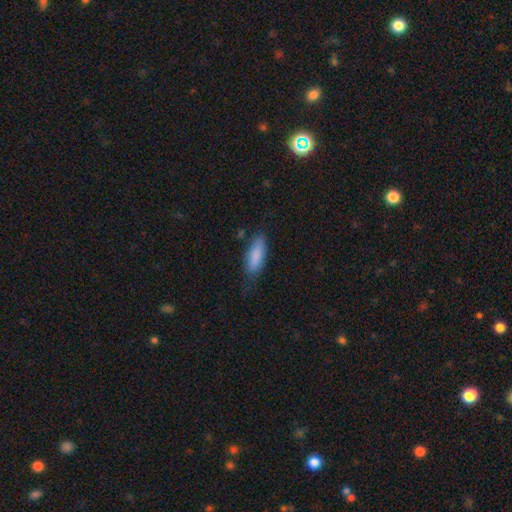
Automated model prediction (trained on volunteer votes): Smooth or featured? Predicted: smooth (p=0.84). How rounded? Predicted: in between (p=0.60). Merging? Predicted: none (p=0.65).